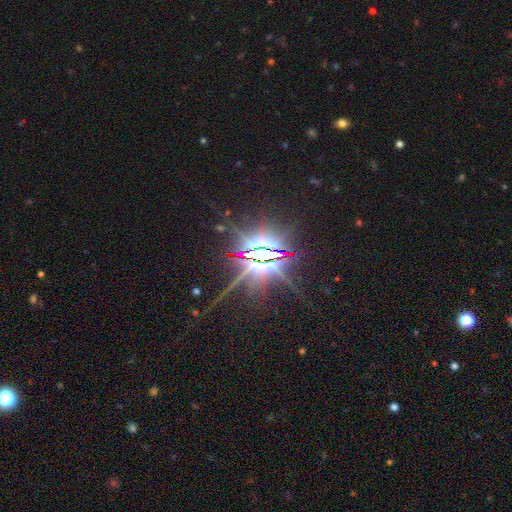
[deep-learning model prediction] Overall: star or artifact (84%).